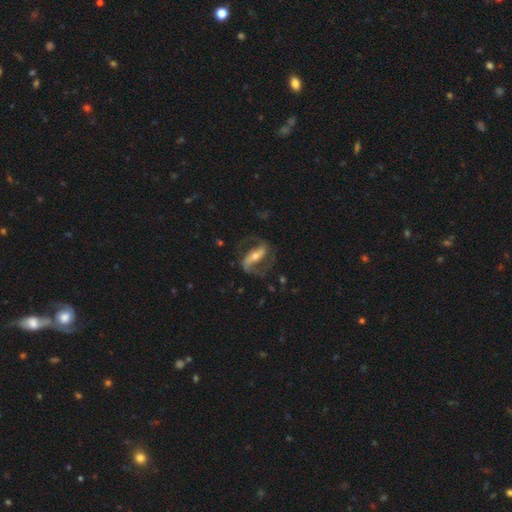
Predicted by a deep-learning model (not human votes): Smooth or featured? featured or disk (87%)
Edge-on disk? no (93%)
Bar? strong (64%)
Spiral arms? yes (94%)
Spiral winding? medium (49%)
Spiral arm count? 2 (91%)
Bulge size? moderate (53%)
Merging? none (73%)